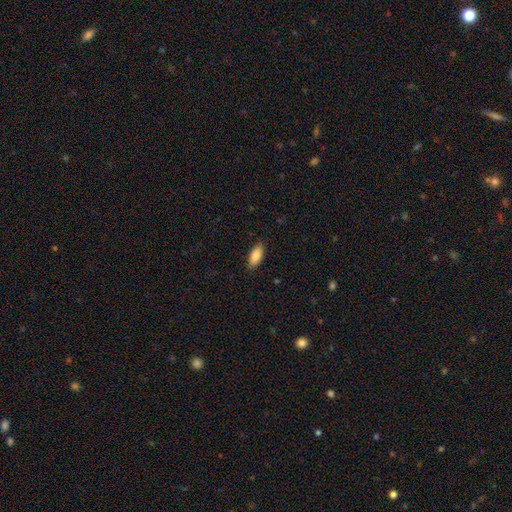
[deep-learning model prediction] Smooth or featured: smooth — 87% (featured or disk — 7%)
How rounded: in between — 85% (cigar-shaped — 13%)
Merging: none — 86% (minor disturbance — 11%)